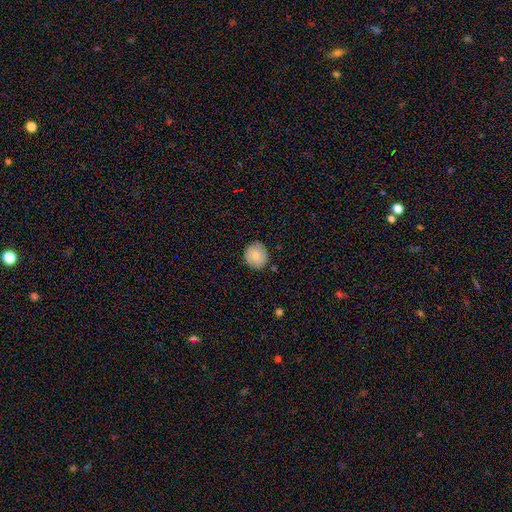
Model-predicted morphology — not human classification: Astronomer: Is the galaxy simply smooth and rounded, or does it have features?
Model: smooth — 83%.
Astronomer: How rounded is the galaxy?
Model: round — 88%.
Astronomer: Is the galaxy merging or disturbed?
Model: none — 85%.